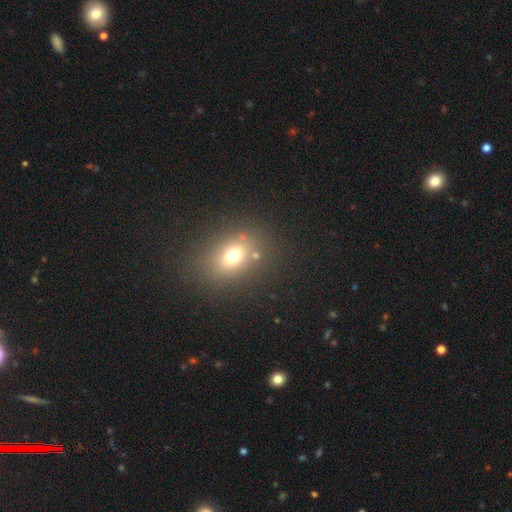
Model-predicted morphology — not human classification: smooth-or-featured: smooth: 67% | star or artifact: 19% | featured or disk: 14%
  how-rounded: in between: 60% | round: 38% | cigar-shaped: 2%
  merging: none: 79% | minor disturbance: 11% | merger: 6% | major disturbance: 5%